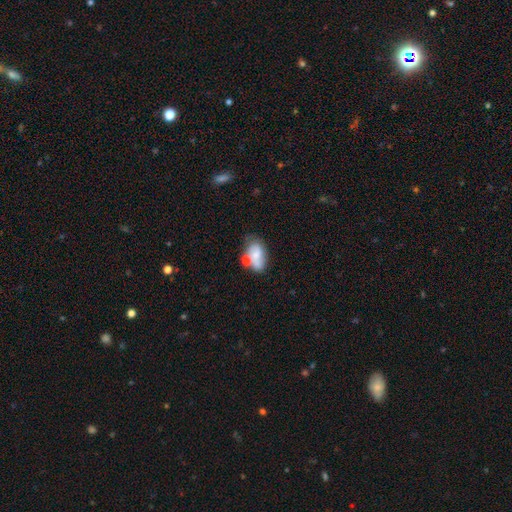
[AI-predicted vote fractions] Q: Smooth or featured?
A: smooth (65%); runner-up: featured or disk (26%)
Q: How rounded?
A: in between (89%); runner-up: round (9%)
Q: Merging?
A: none (39%); runner-up: merger (28%)